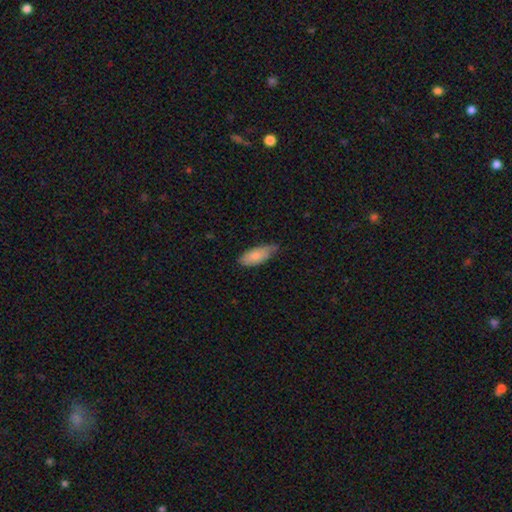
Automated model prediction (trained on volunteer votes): A smooth galaxy with no disk features (82%) that is in between round and cigar-shaped (84%).

Vote fractions:
- Smooth or featured? smooth: 82% / featured or disk: 12% / star or artifact: 6%
- How rounded? in between: 84% / cigar-shaped: 14% / round: 2%
- Merging? none: 53% / minor disturbance: 41% / major disturbance: 5% / merger: 1%